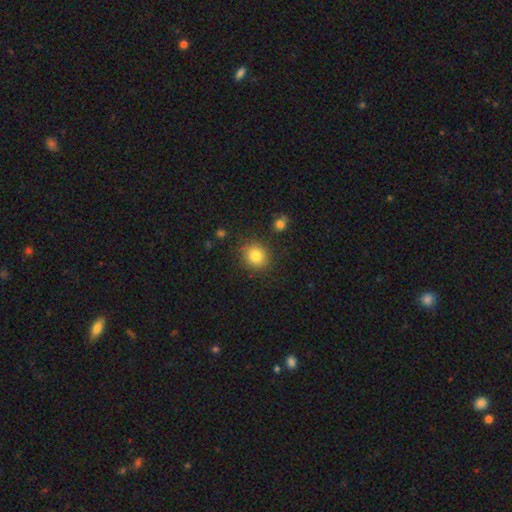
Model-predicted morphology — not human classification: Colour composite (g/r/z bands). It shows a smooth galaxy with no disk features (82%) that is round (82%). Merging: none (83%).